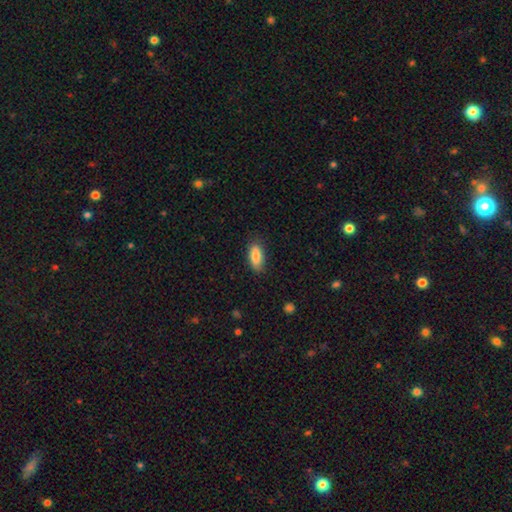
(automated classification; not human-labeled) A smooth galaxy with no disk features (85%) that is in between round and cigar-shaped (83%). Merging: none (80%).